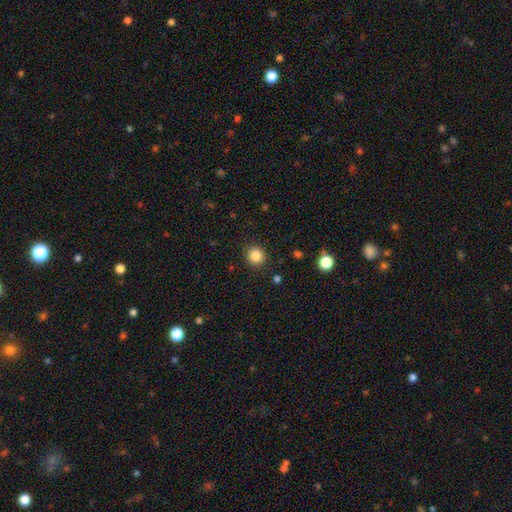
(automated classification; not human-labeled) Overall: smooth (85%). How rounded: round (91%). Merging: none (90%).